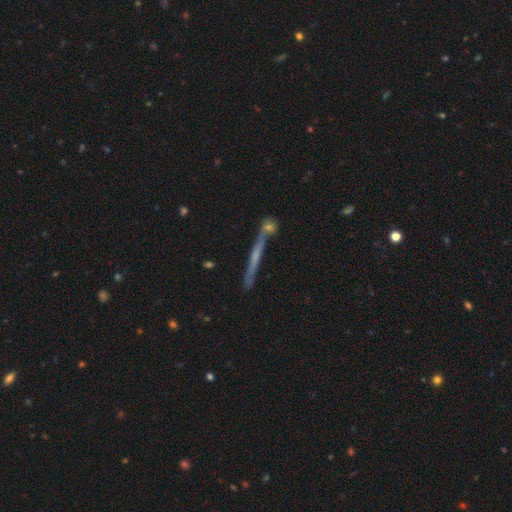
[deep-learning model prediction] A featured or disk galaxy (61%) viewed edge-on (94%) with no central bulge (65%). Merging: none (69%).